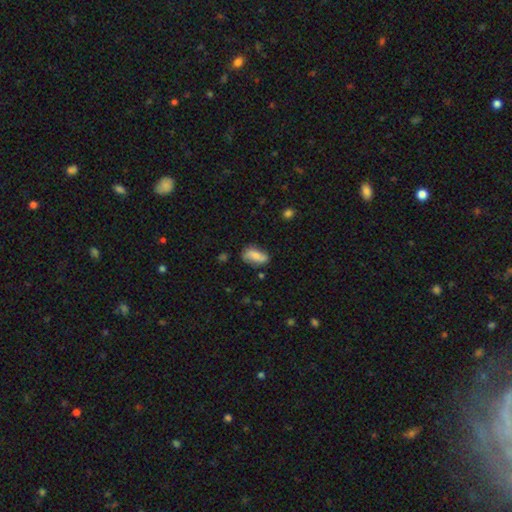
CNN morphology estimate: A smooth galaxy with no disk features (63%) that is in between round and cigar-shaped (85%).

Vote fractions:
- Smooth or featured? smooth: 63% / featured or disk: 29% / star or artifact: 8%
- How rounded? in between: 85% / cigar-shaped: 10% / round: 5%
- Merging? none: 68% / minor disturbance: 23% / major disturbance: 6% / merger: 3%